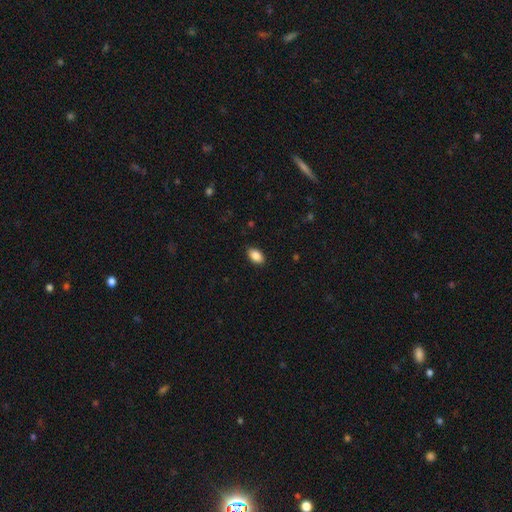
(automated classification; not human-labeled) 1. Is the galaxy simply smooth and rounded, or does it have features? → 88% smooth, 8% star or artifact, 5% featured or disk.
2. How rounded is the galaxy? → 92% in between, 6% round, 2% cigar-shaped.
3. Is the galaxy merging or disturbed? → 88% none, 9% minor disturbance, 2% major disturbance, 1% merger.